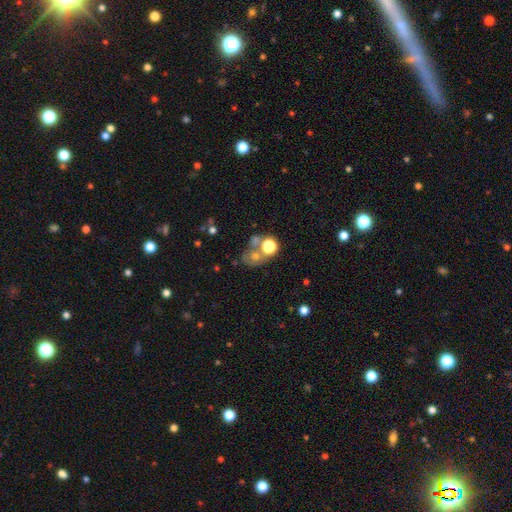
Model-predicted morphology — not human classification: Overall: smooth (48%; star or artifact 30%). Merging: none (46%; merger 31%).